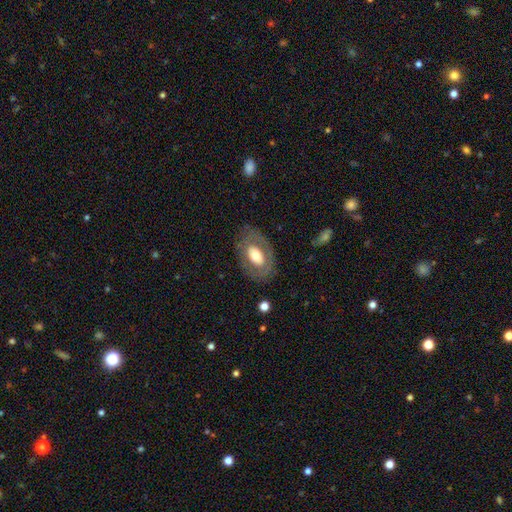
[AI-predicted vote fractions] Morphology: type=smooth (47%, tied with featured or disk); merging=none (76%).